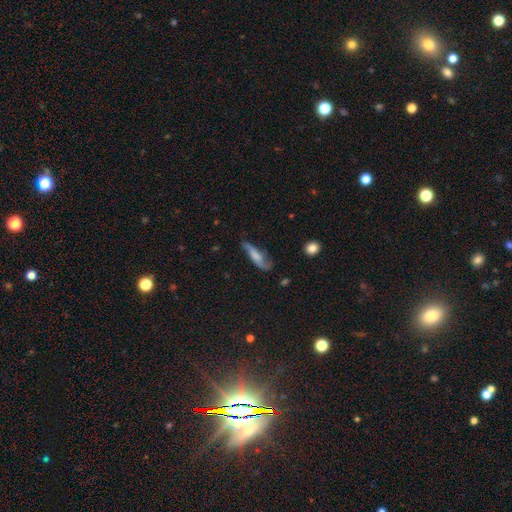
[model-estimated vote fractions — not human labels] Morphology: type=featured or disk (47%); merging=none (51%).